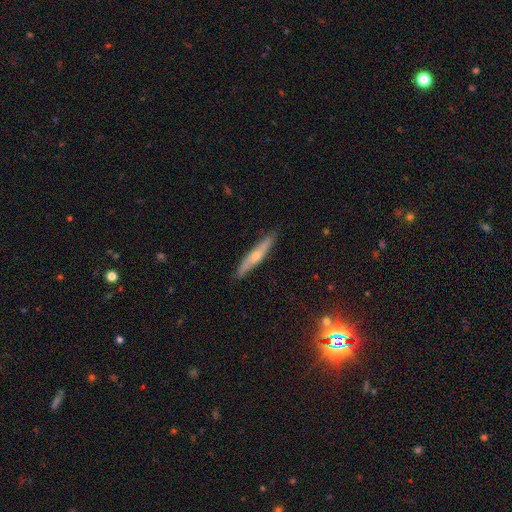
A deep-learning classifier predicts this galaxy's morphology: Smooth or featured? smooth (48%)
Merging? none (87%)